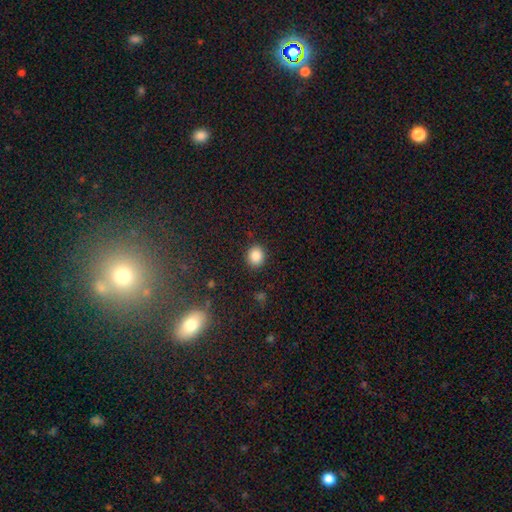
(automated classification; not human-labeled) The model was most divided on "how rounded": round: 69%, in between: 30%, cigar-shaped: 1%. More confident: merging — none (89%); smooth or featured — smooth (86%).